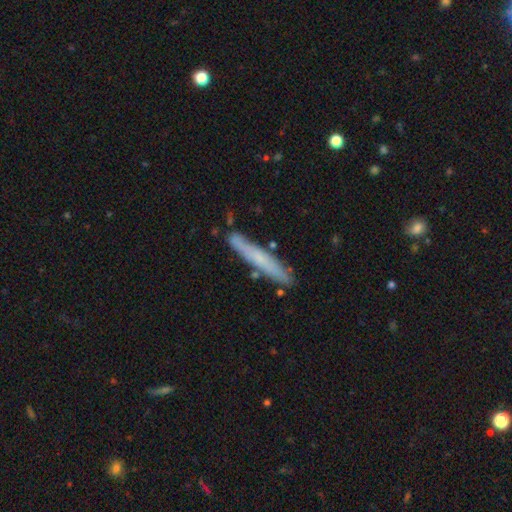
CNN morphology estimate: smooth-or-featured: smooth: 54% | featured or disk: 38% | star or artifact: 7%
  how-rounded: cigar-shaped: 95% | in between: 3% | round: 1%
  merging: none: 84% | minor disturbance: 12% | merger: 2% | major disturbance: 2%